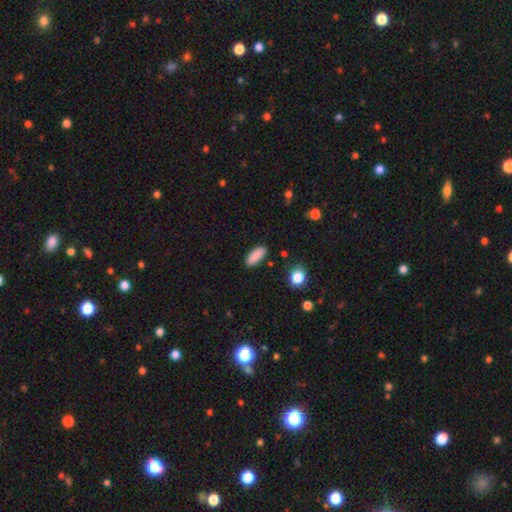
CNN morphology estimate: Smooth or featured? Predicted: smooth (p=0.88). How rounded? Predicted: in between (p=0.76). Merging? Predicted: none (p=0.88).